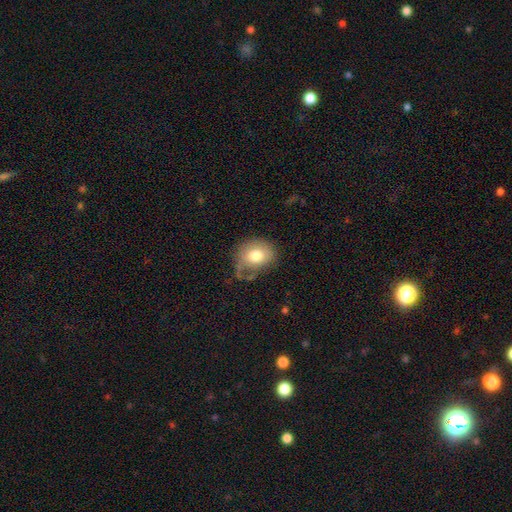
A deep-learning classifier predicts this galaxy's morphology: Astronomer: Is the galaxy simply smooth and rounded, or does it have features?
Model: smooth — 76%.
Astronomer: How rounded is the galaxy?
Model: round — 52% (runner-up: in between, 47%).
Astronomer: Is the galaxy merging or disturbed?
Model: none — 53%.